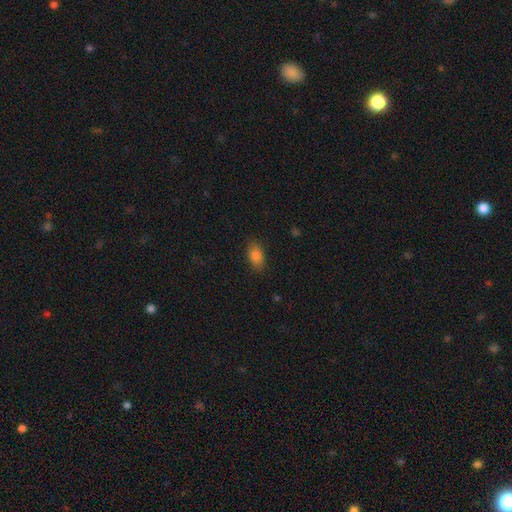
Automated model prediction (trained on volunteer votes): A smooth galaxy with no disk features (85%) that is in between round and cigar-shaped (89%).

Vote fractions:
- Smooth or featured? smooth: 85% / star or artifact: 9% / featured or disk: 5%
- How rounded? in between: 89% / round: 9% / cigar-shaped: 3%
- Merging? none: 84% / minor disturbance: 12% / major disturbance: 3% / merger: 1%